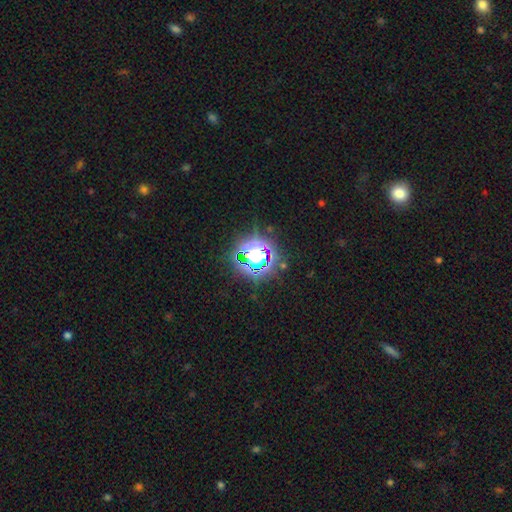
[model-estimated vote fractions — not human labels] Smooth or featured? Predicted: star or artifact (p=0.67).